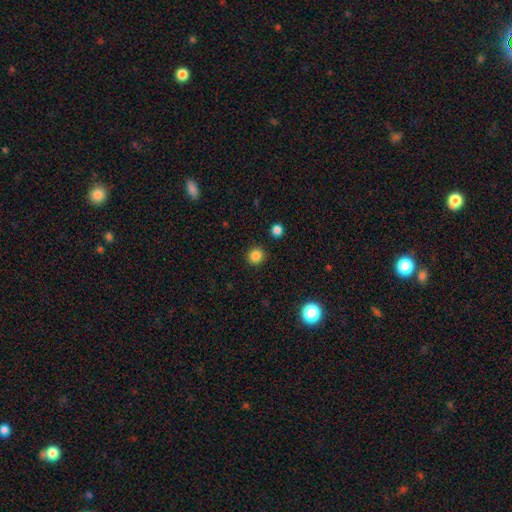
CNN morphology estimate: Smooth or featured: smooth — 85% (star or artifact — 12%)
How rounded: round — 93% (in between — 6%)
Merging: none — 91% (minor disturbance — 6%)